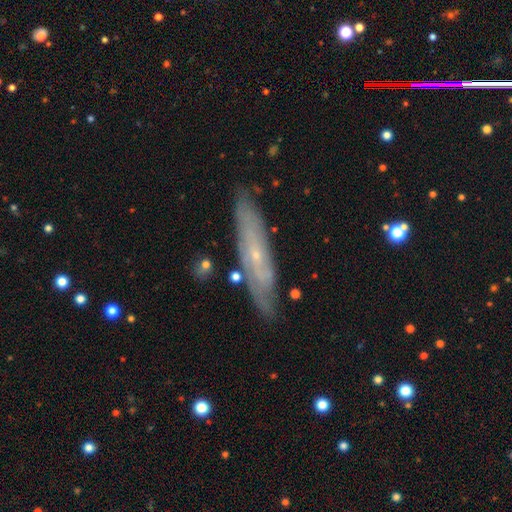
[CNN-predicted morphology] Smooth or featured? featured or disk (67%)
Edge-on disk? no (51%)
Merging? none (81%)